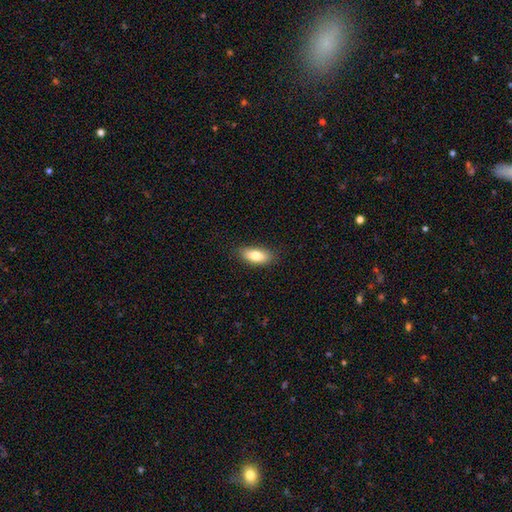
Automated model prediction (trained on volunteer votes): smooth 79%, featured or disk 13%, star or artifact 7%. Down the decision tree: how rounded — in between (82%); merging — none (85%).